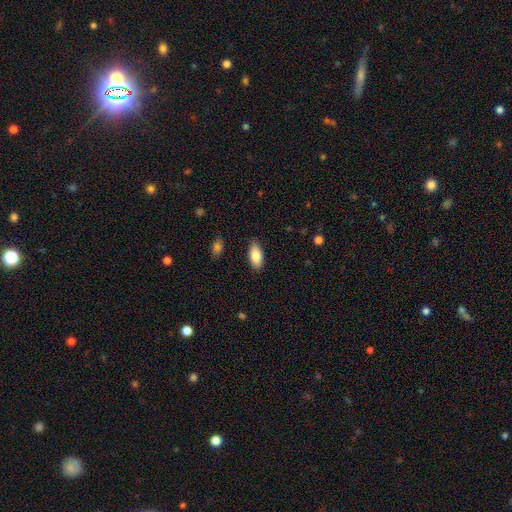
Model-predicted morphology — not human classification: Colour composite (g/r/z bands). It shows a smooth galaxy with no disk features (82%) that is in between round and cigar-shaped (88%). Merging: none (88%).